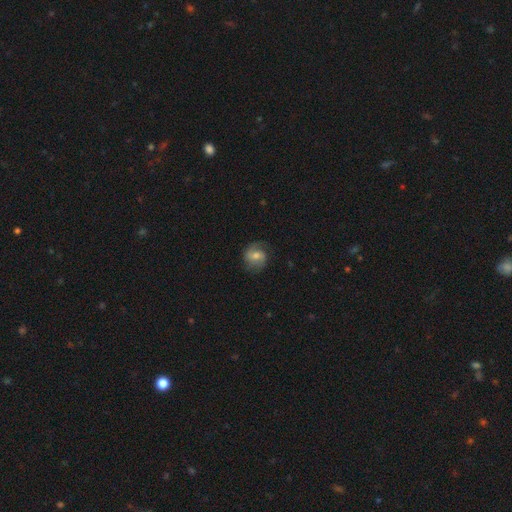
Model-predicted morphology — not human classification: Q: Smooth or featured?
A: featured or disk (57%); runner-up: smooth (35%)
Q: Edge-on disk?
A: no (97%); runner-up: yes (3%)
Q: Bar?
A: weak (47%); runner-up: no (40%)
Q: Spiral arms?
A: yes (88%); runner-up: no (12%)
Q: Bulge size?
A: moderate (59%); runner-up: small (30%)
Q: Merging?
A: none (70%); runner-up: minor disturbance (19%)